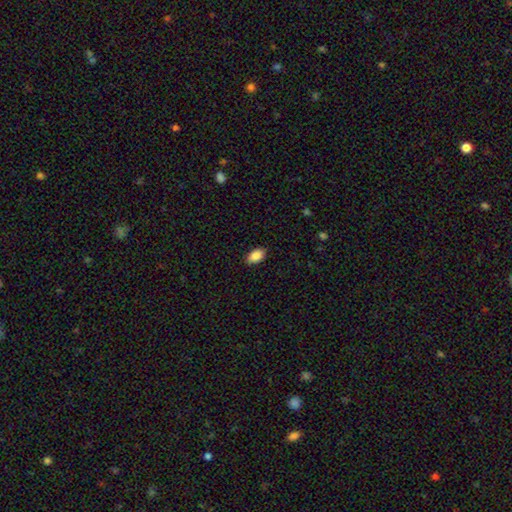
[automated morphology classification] Overall: smooth (89%). How rounded: in between (93%). Merging: none (89%).